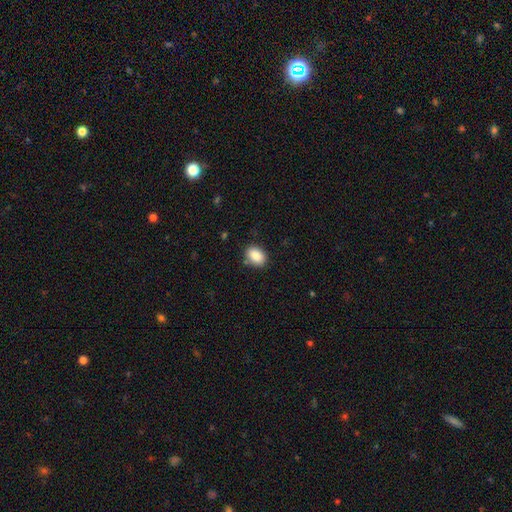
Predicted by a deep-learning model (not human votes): This is clearly a smooth galaxy (88%). How rounded: clearly in between (81%). Merging: clearly none (85%).